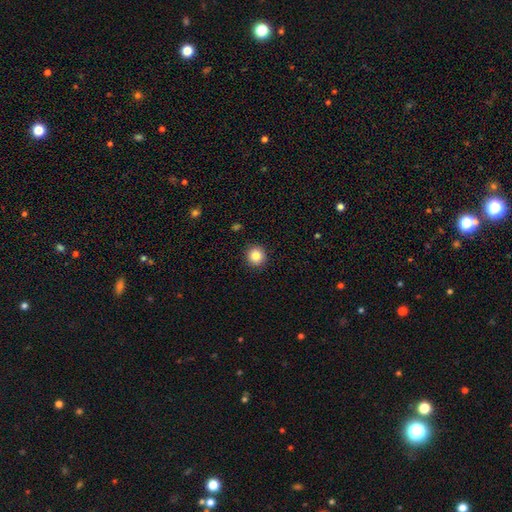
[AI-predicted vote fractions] smooth 85%, star or artifact 10%, featured or disk 5%. Down the decision tree: how rounded — round (94%); merging — none (92%).